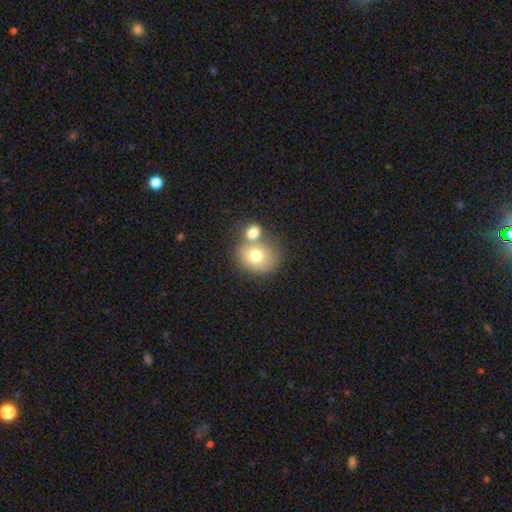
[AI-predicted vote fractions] Q: Smooth or featured?
A: smooth (73%); runner-up: featured or disk (17%)
Q: How rounded?
A: round (60%); runner-up: in between (39%)
Q: Merging?
A: none (46%); runner-up: merger (40%)